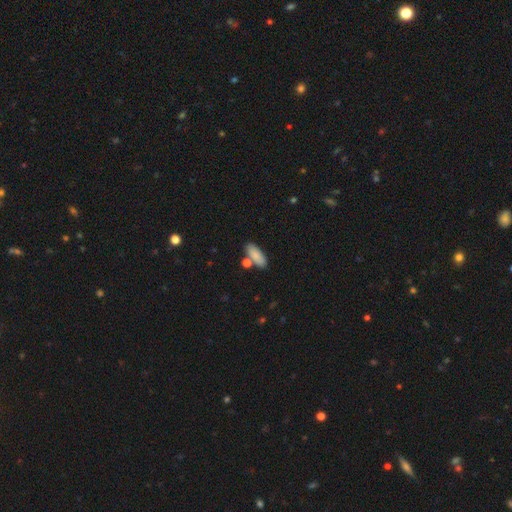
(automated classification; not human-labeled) The model was most divided on "how rounded": in between: 77%, cigar-shaped: 21%, round: 3%. More confident: smooth or featured — smooth (84%); merging — none (72%).